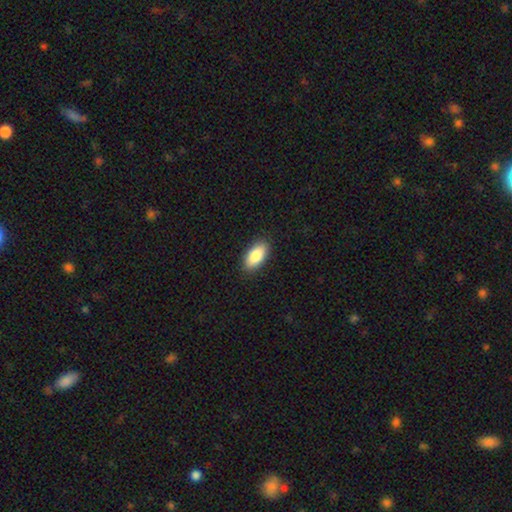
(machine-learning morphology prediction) A smooth galaxy with no disk features (86%) that is in between round and cigar-shaped (93%). Merging: none (89%).